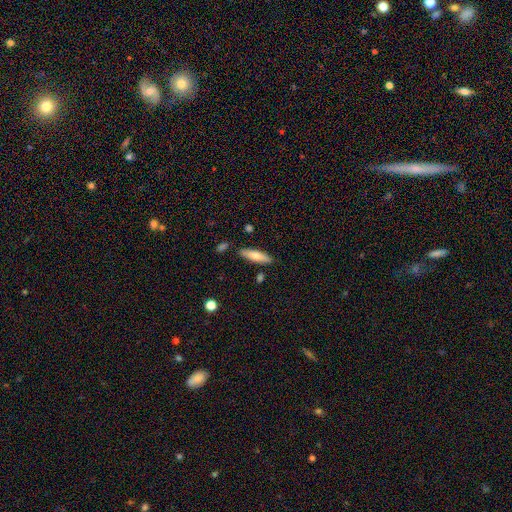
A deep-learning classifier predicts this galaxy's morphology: Smooth or featured: smooth — 76% (featured or disk — 18%)
How rounded: cigar-shaped — 59% (in between — 40%)
Merging: none — 83% (minor disturbance — 11%)